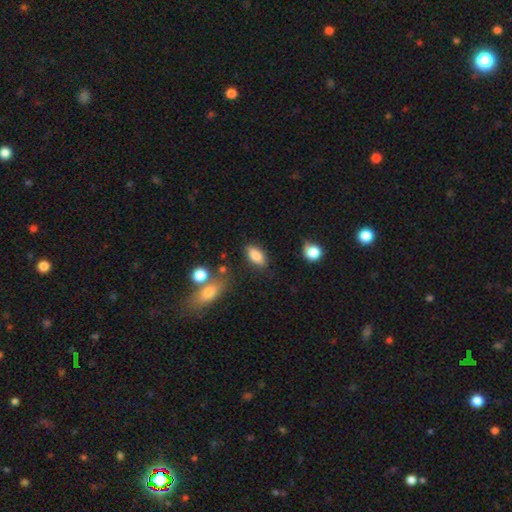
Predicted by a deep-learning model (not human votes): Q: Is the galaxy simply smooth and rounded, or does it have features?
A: smooth — 83%.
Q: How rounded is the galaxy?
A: in between — 87%.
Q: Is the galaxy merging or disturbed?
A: none — 80%.